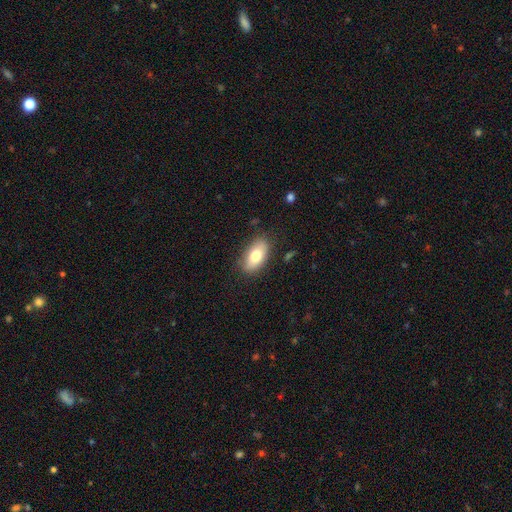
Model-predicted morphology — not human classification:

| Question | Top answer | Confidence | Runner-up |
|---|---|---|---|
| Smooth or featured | smooth | 76% | featured or disk (17%) |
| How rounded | in between | 91% | cigar-shaped (5%) |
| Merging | none | 82% | minor disturbance (13%) |